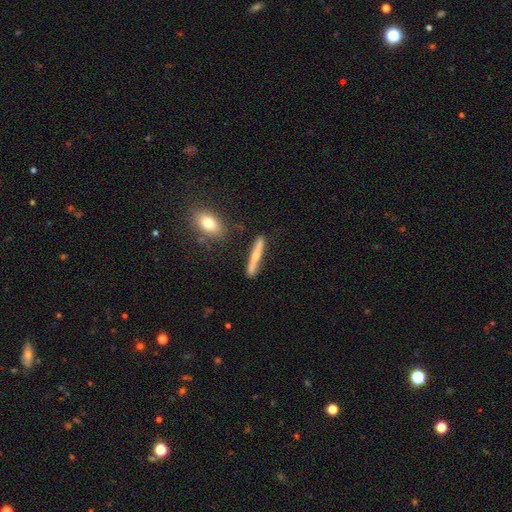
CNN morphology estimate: A smooth galaxy with no disk features (49%).

Vote fractions:
- Smooth or featured? smooth: 49% / featured or disk: 43% / star or artifact: 7%
- Merging? none: 81% / minor disturbance: 13% / merger: 3% / major disturbance: 3%